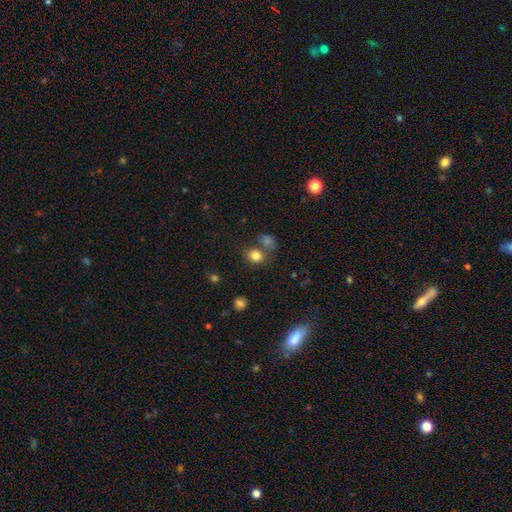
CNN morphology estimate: A smooth galaxy with no disk features (81%) that is round (67%).

Vote fractions:
- Smooth or featured? smooth: 81% / star or artifact: 12% / featured or disk: 6%
- How rounded? round: 67% / in between: 32% / cigar-shaped: 1%
- Merging? none: 63% / merger: 22% / minor disturbance: 11% / major disturbance: 4%